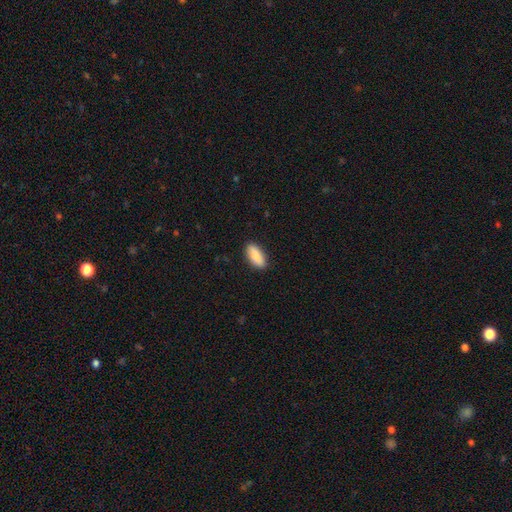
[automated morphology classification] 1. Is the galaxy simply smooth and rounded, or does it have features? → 86% smooth, 8% featured or disk, 6% star or artifact.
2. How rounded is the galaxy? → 85% in between, 13% cigar-shaped, 2% round.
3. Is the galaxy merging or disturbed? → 87% none, 10% minor disturbance, 2% major disturbance, 1% merger.